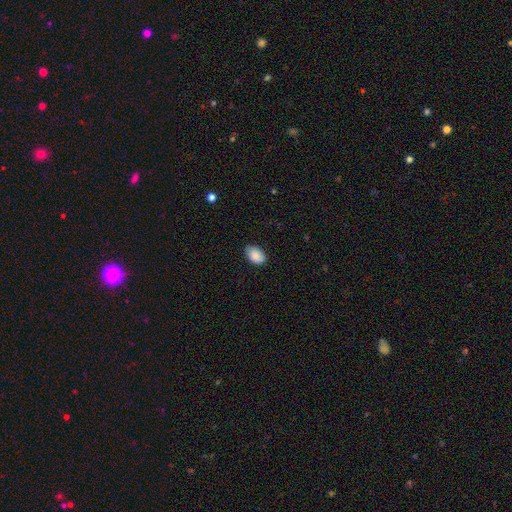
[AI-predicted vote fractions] Overall: smooth (88%). How rounded: in between (90%). Merging: none (82%).